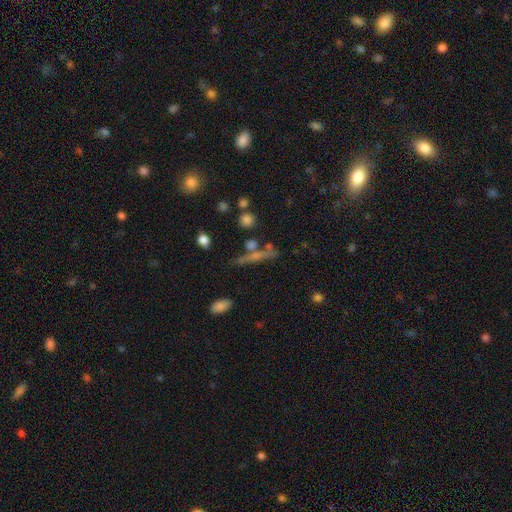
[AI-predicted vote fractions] Smooth or featured? Predicted: featured or disk (p=0.46). Merging? Predicted: none (p=0.69).